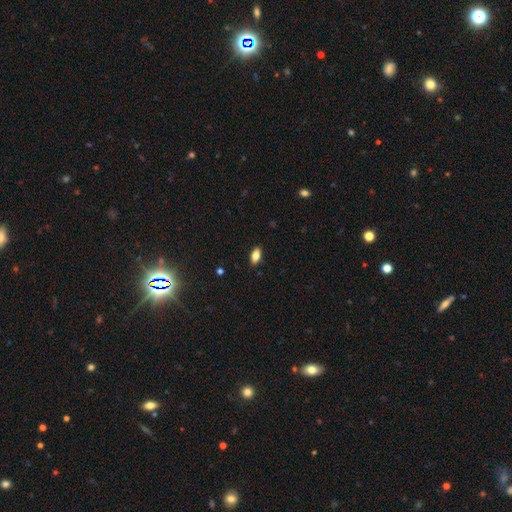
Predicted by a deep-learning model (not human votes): Overall: smooth (80%). How rounded: in between (89%). Merging: none (88%).